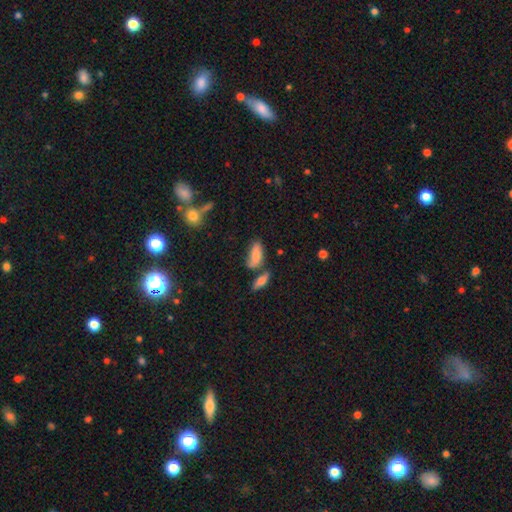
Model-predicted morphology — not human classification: type=smooth (75%); roundness=in between (83%); merging=none (48%).